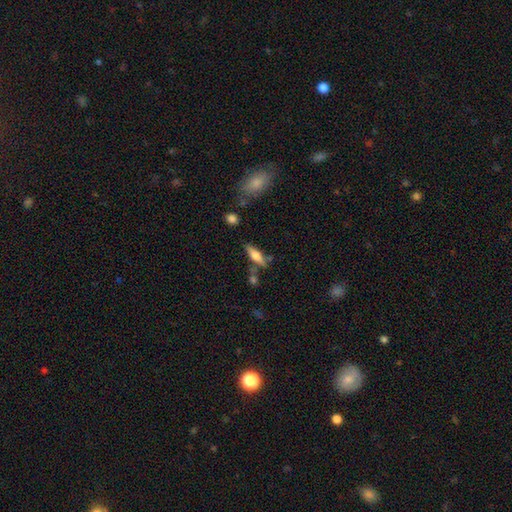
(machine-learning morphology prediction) Overall: smooth (56%; featured or disk 37%). How rounded: cigar-shaped (52%; in between 46%). Merging: none (64%).